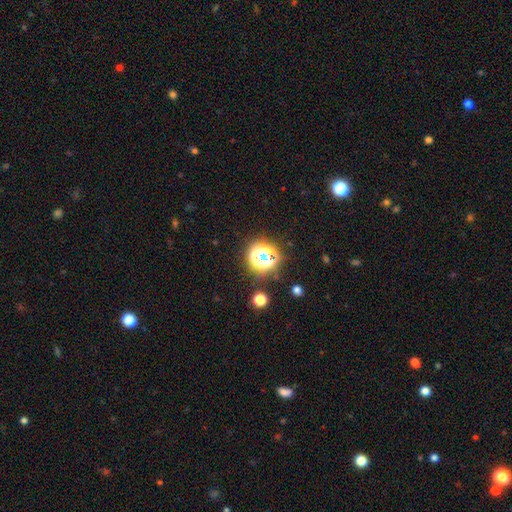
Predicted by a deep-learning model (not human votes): smooth-or-featured: star or artifact: 44% | smooth: 43% | featured or disk: 13%